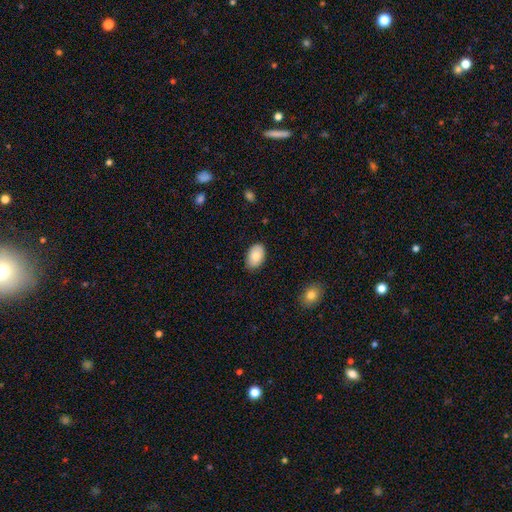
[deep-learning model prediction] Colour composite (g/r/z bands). It shows a smooth galaxy with no disk features (86%) that is in between round and cigar-shaped (93%). Merging: none (85%).